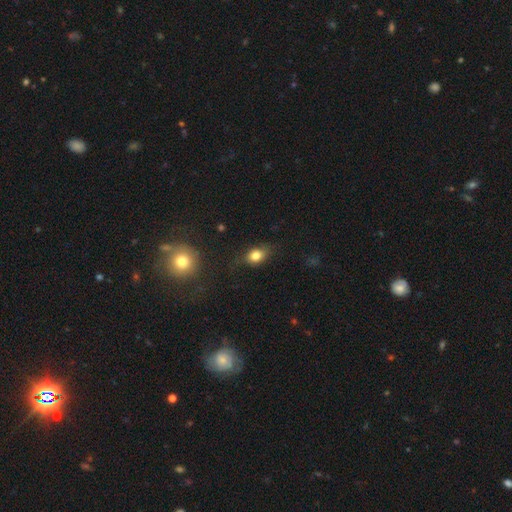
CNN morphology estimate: type=smooth (79%); roundness=in between (69%); merging=none (70%).